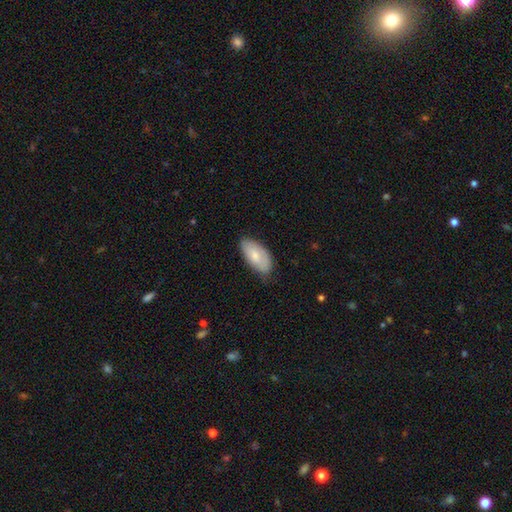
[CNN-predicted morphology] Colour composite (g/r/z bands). It shows a smooth galaxy with no disk features (73%) that is in between round and cigar-shaped (94%). Merging: none (69%).